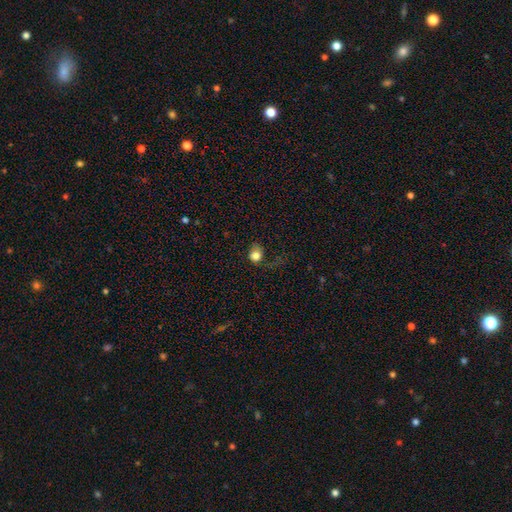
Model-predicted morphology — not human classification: smooth 78%, star or artifact 11%, featured or disk 11%. Down the decision tree: how rounded — round (65%); merging — none (39%).